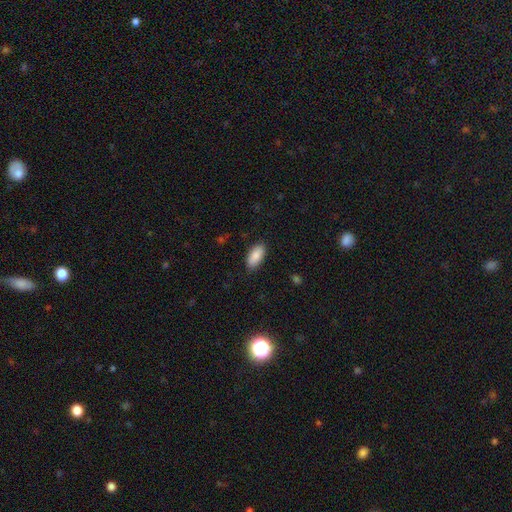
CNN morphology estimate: This is clearly a smooth galaxy (87%). How rounded: clearly in between (93%). Merging: clearly none (85%).